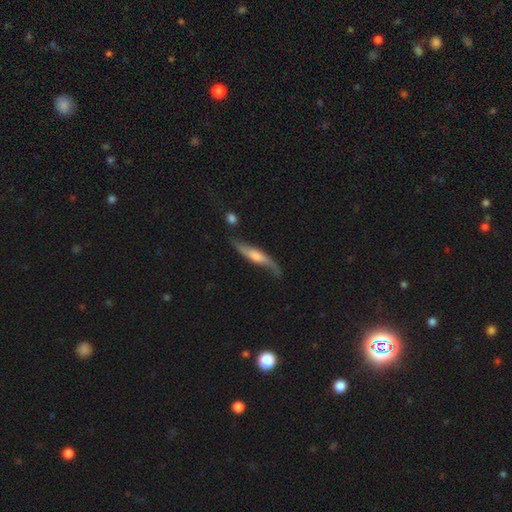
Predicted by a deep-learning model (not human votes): The model was most divided on "edge-on disk": yes: 51%, no: 49%. More confident: smooth or featured — featured or disk (73%); merging — none (63%).